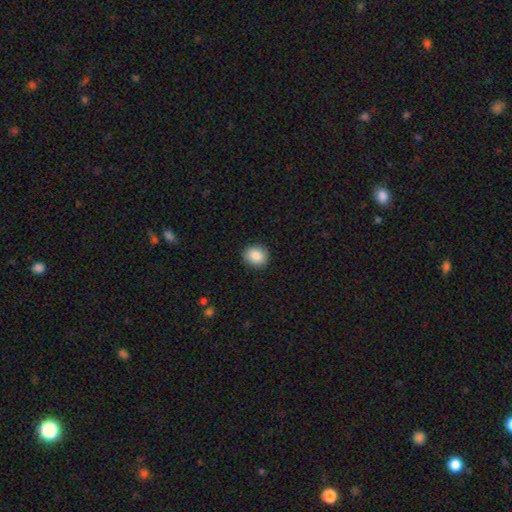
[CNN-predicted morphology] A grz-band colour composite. It shows a smooth galaxy with no disk features (88%) that is round (78%). Merging: none (90%).